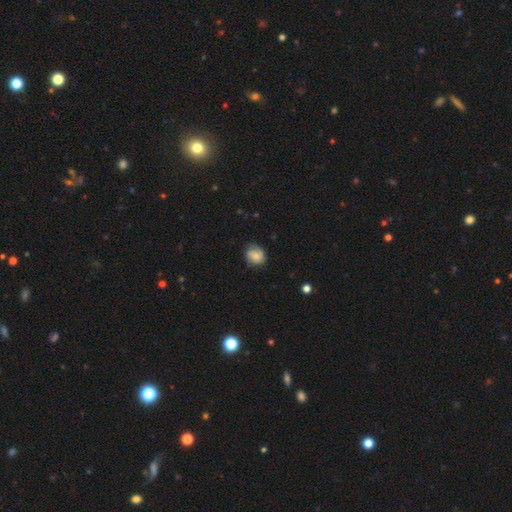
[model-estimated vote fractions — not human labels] A smooth galaxy with no disk features (56%) that is round (64%).

Vote fractions:
- Smooth or featured? smooth: 56% / featured or disk: 35% / star or artifact: 8%
- How rounded? round: 64% / in between: 35% / cigar-shaped: 1%
- Merging? none: 64% / minor disturbance: 27% / major disturbance: 7% / merger: 2%